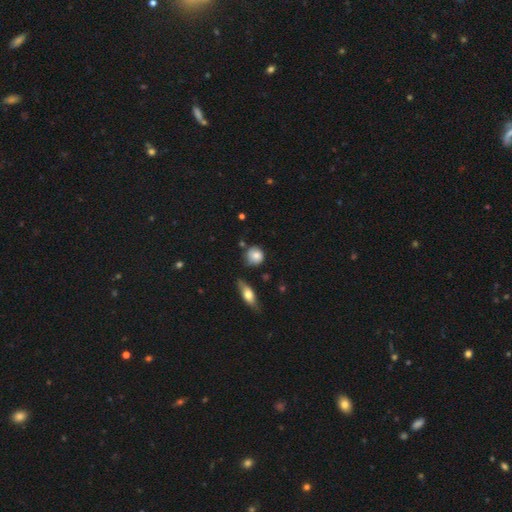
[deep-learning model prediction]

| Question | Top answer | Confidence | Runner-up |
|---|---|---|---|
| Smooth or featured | smooth | 80% | featured or disk (12%) |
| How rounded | round | 83% | in between (15%) |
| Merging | none | 65% | minor disturbance (23%) |